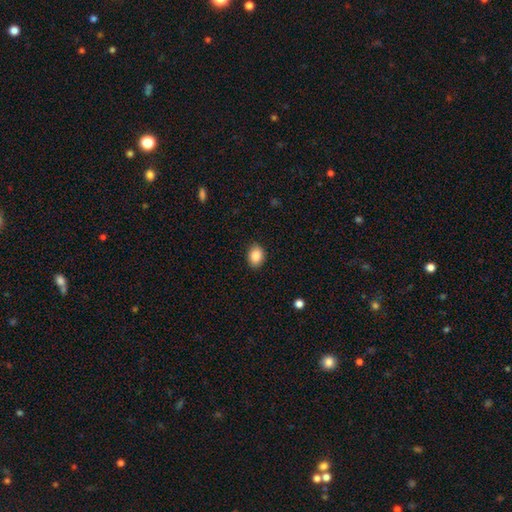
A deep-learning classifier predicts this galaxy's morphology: Smooth or featured: smooth — 87% (star or artifact — 8%)
How rounded: in between — 66% (round — 33%)
Merging: none — 87% (minor disturbance — 10%)